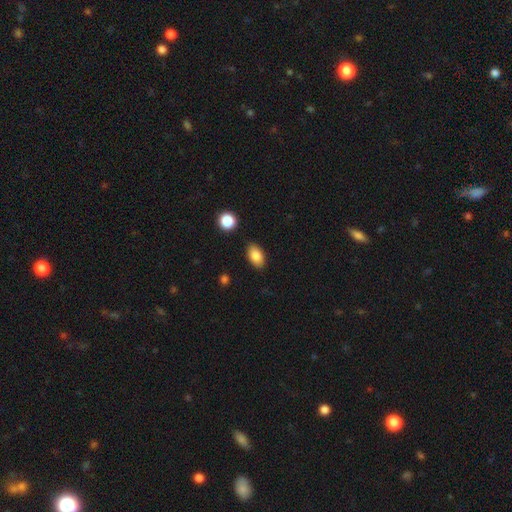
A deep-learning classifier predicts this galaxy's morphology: smooth_or_featured: smooth (p=0.85) [alt: star or artifact p=0.08]
how_rounded: in between (p=0.90) [alt: round p=0.08]
merging: none (p=0.85) [alt: minor disturbance p=0.10]